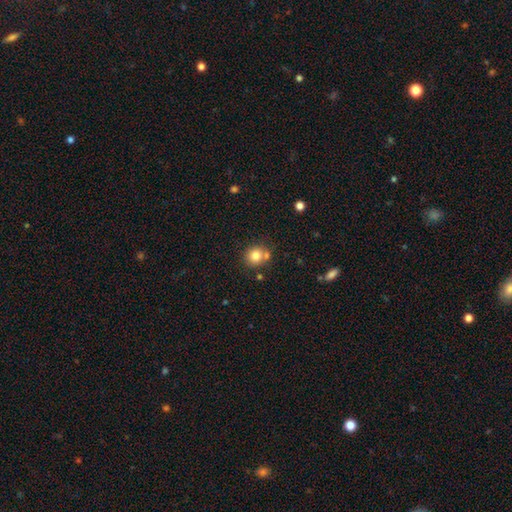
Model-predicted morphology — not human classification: A smooth galaxy with no disk features (80%) that is round (87%).

Vote fractions:
- Smooth or featured? smooth: 80% / star or artifact: 11% / featured or disk: 9%
- How rounded? round: 87% / in between: 12% / cigar-shaped: 1%
- Merging? none: 66% / merger: 20% / minor disturbance: 11% / major disturbance: 3%